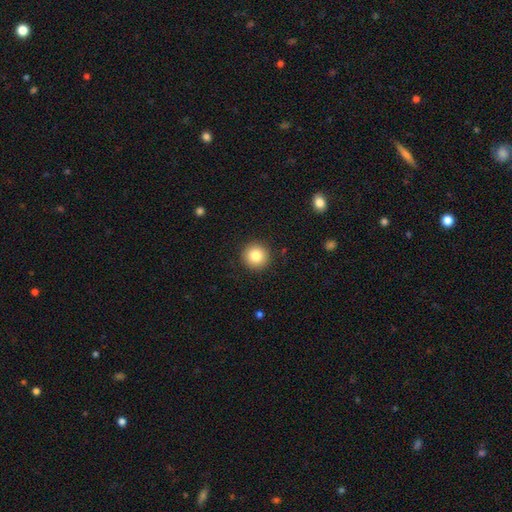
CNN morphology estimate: Smooth or featured? Predicted: smooth (p=0.83). How rounded? Predicted: round (p=0.95). Merging? Predicted: none (p=0.92).